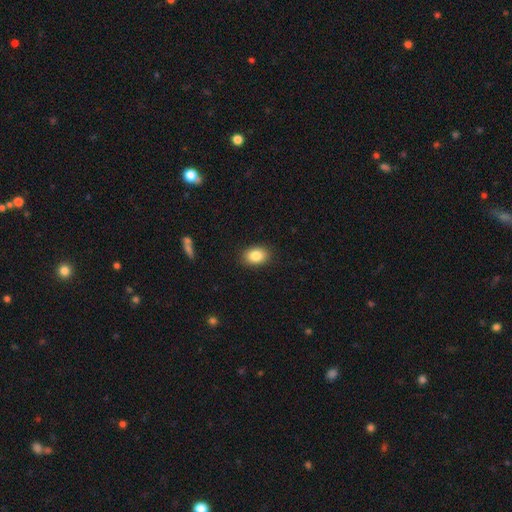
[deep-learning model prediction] A smooth galaxy with no disk features (85%) that is in between round and cigar-shaped (78%).

Vote fractions:
- Smooth or featured? smooth: 85% / star or artifact: 8% / featured or disk: 7%
- How rounded? in between: 78% / round: 21% / cigar-shaped: 1%
- Merging? none: 88% / minor disturbance: 9% / major disturbance: 2% / merger: 1%